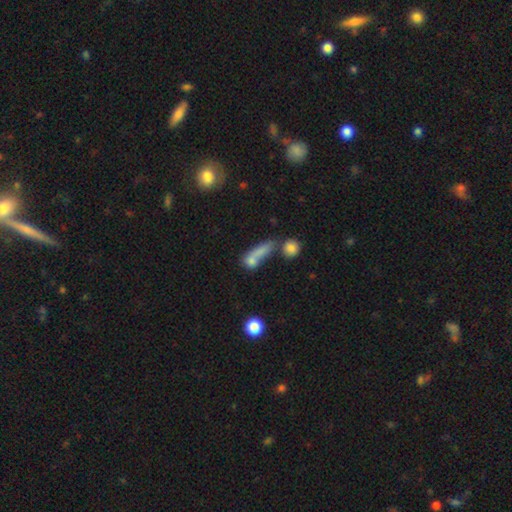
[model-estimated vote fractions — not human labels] smooth 66%, featured or disk 21%, star or artifact 14%. Down the decision tree: how rounded — cigar-shaped (50%); merging — merger (37%).